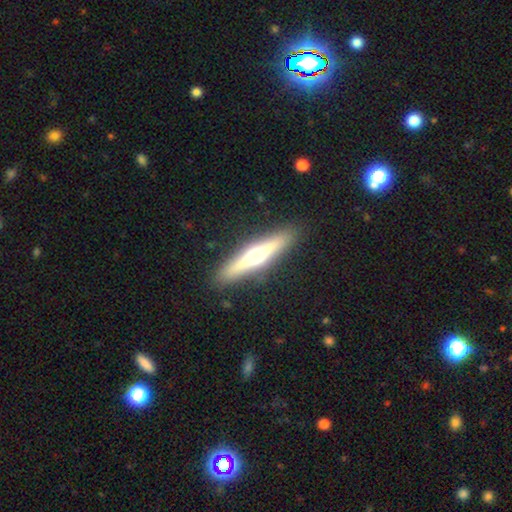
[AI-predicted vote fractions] The model was most divided on "smooth or featured": featured or disk: 61%, smooth: 32%, star or artifact: 6%. More confident: edge-on disk — yes (94%); edge-on bulge — rounded (92%); merging — none (90%).